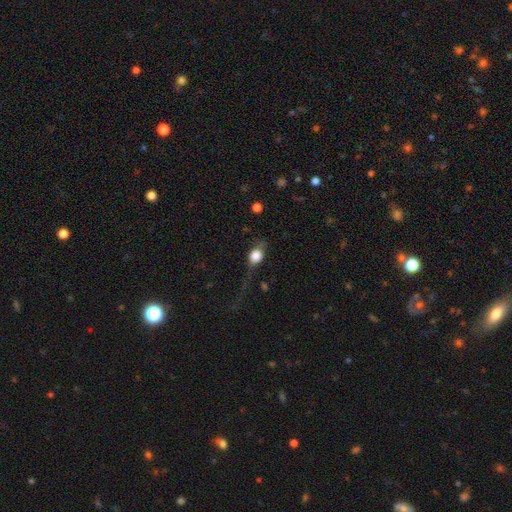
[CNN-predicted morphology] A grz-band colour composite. It shows a smooth galaxy with no disk features (70%) that is round (53%). Merging: major disturbance (38%).